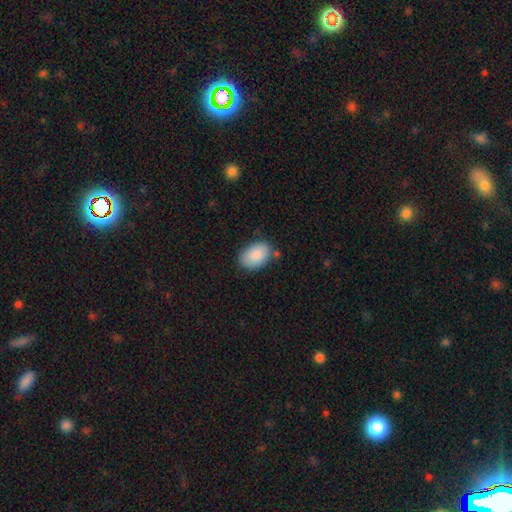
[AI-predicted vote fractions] Smooth or featured? Predicted: smooth (p=0.87). How rounded? Predicted: in between (p=0.89). Merging? Predicted: none (p=0.77).